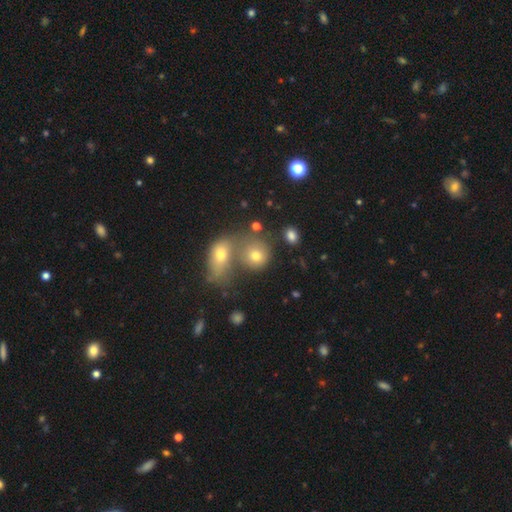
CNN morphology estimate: type=smooth (72%); roundness=round (71%); merging=merger (50%).